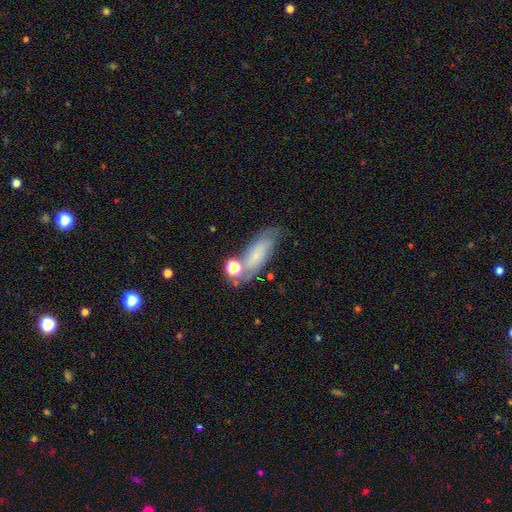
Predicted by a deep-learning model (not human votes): Smooth or featured: smooth — 51% (featured or disk — 37%)
How rounded: in between — 69% (cigar-shaped — 24%)
Merging: none — 53% (minor disturbance — 23%)